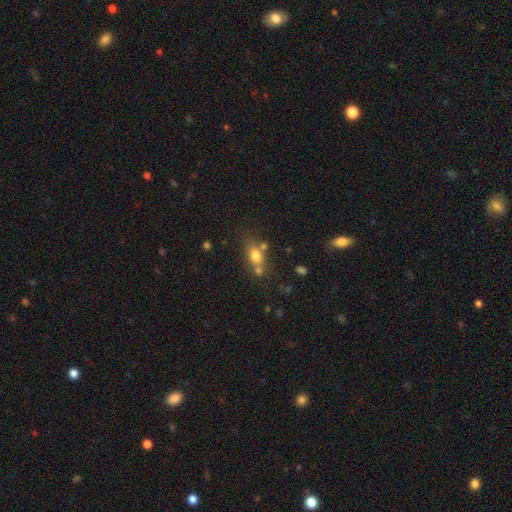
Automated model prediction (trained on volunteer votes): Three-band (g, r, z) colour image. It shows a smooth galaxy with no disk features (72%) that is in between round and cigar-shaped (62%). Merging: none (51%).